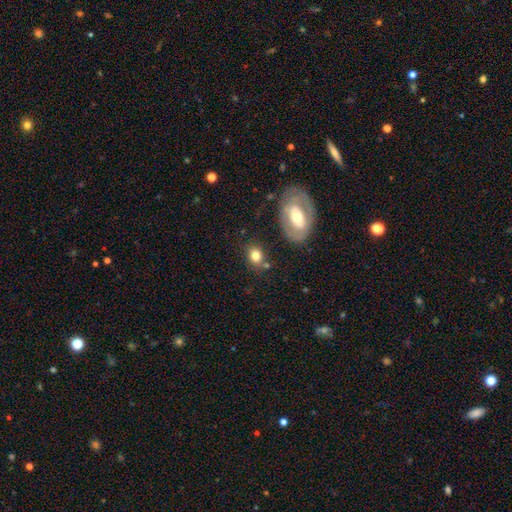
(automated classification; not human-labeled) Smooth or featured? Predicted: smooth (p=0.77). How rounded? Predicted: round (p=0.50). Merging? Predicted: none (p=0.68).